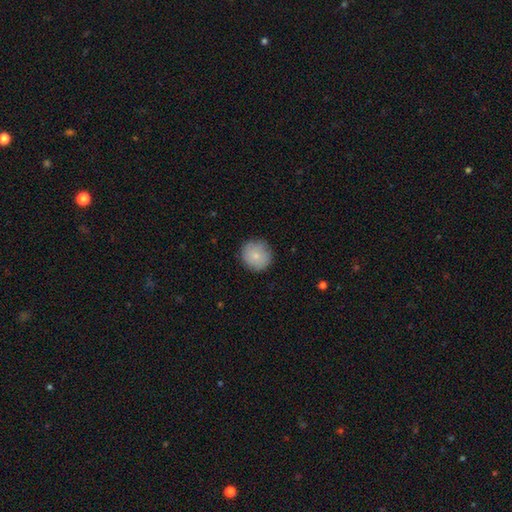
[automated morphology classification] Smooth or featured: smooth — 82% (featured or disk — 11%)
How rounded: round — 94% (in between — 5%)
Merging: none — 86% (minor disturbance — 11%)